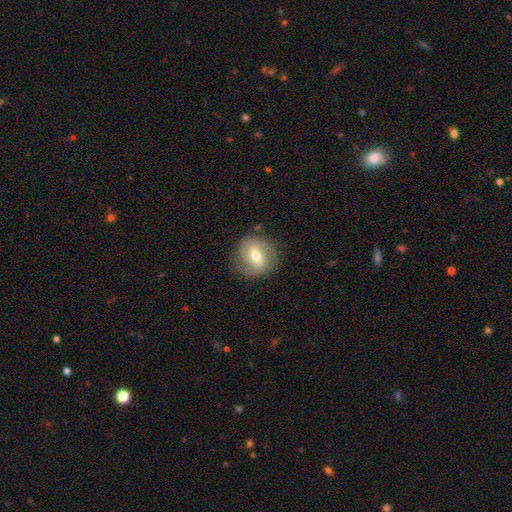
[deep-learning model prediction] Smooth or featured? featured or disk (57%)
Edge-on disk? no (96%)
Bar? weak (48%)
Spiral arms? yes (75%)
Bulge size? moderate (72%)
Merging? none (82%)